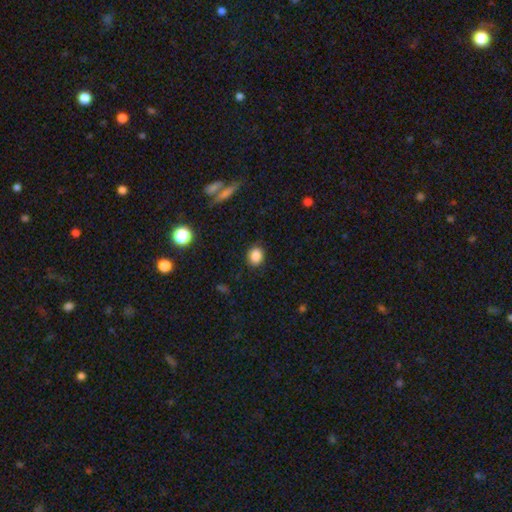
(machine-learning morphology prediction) A smooth galaxy with no disk features (86%) that is round (60%).

Vote fractions:
- Smooth or featured? smooth: 86% / star or artifact: 10% / featured or disk: 4%
- How rounded? round: 60% / in between: 39% / cigar-shaped: 1%
- Merging? none: 85% / minor disturbance: 11% / major disturbance: 3% / merger: 1%